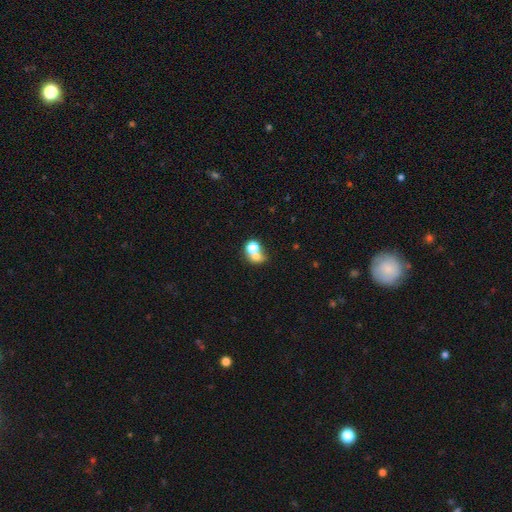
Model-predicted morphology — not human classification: Smooth or featured: smooth — 67% (featured or disk — 19%)
How rounded: round — 63% (in between — 36%)
Merging: merger — 60% (none — 26%)